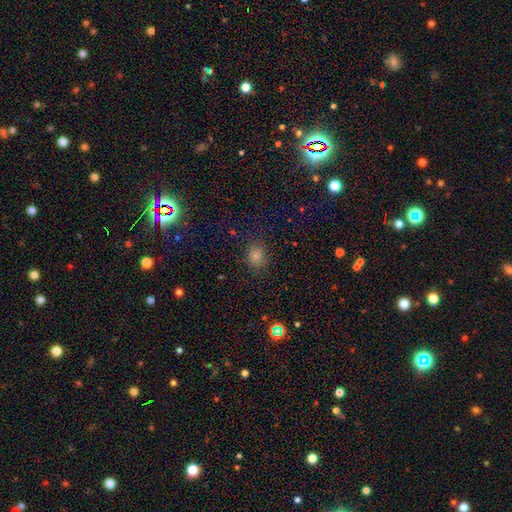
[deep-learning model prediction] Smooth or featured? smooth (60%)
How rounded? round (74%)
Merging? none (86%)